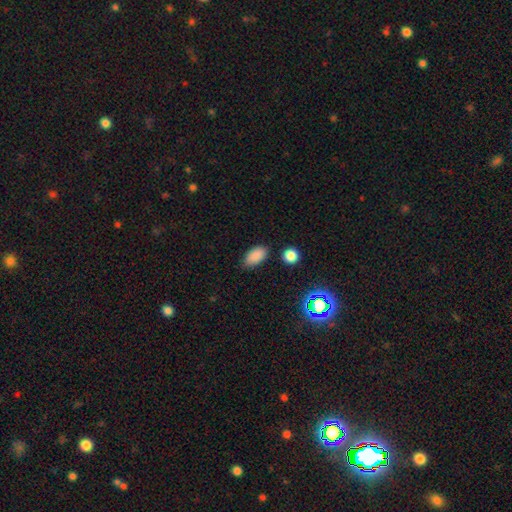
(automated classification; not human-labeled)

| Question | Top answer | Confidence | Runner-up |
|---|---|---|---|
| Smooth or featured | smooth | 86% | star or artifact (10%) |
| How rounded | in between | 91% | round (5%) |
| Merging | none | 80% | minor disturbance (14%) |